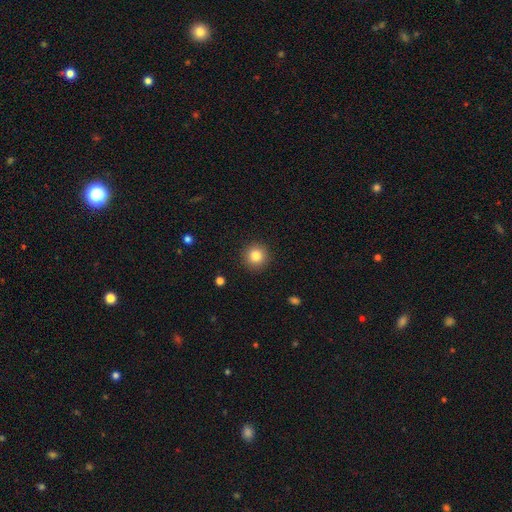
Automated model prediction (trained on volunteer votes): This is clearly a smooth galaxy (83%). How rounded: clearly round (95%). Merging: clearly none (92%).